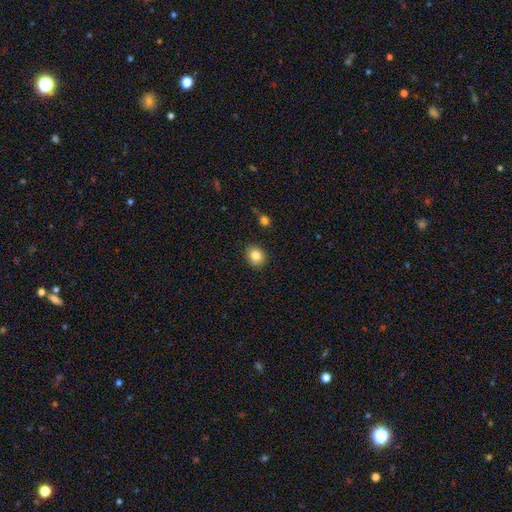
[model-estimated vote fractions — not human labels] The model was most divided on "how rounded": round: 68%, in between: 31%, cigar-shaped: 1%. More confident: merging — none (88%); smooth or featured — smooth (84%).